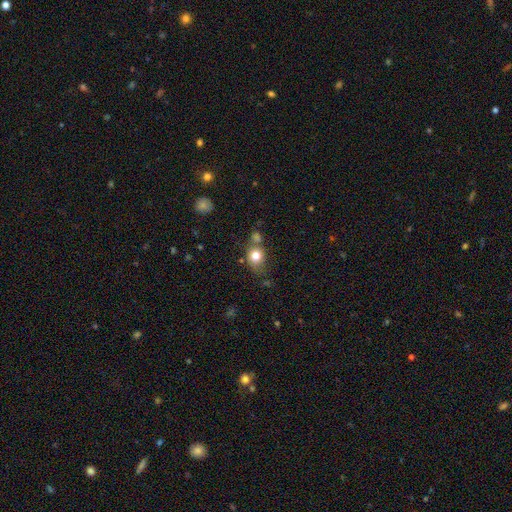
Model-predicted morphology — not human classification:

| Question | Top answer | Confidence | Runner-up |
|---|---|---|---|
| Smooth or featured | smooth | 79% | star or artifact (10%) |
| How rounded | round | 63% | in between (35%) |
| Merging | none | 56% | merger (20%) |